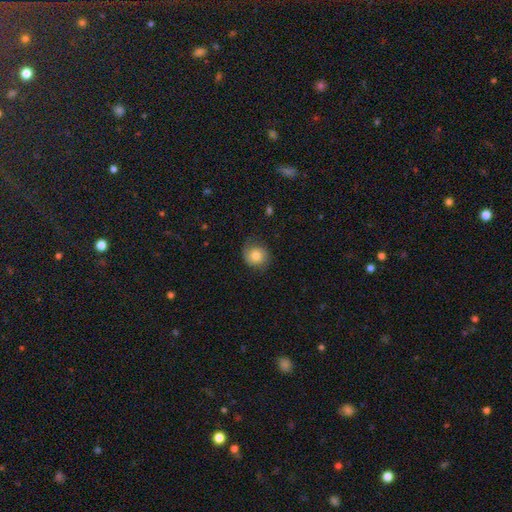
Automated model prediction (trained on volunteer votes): This is likely a smooth galaxy (61%). How rounded: clearly round (82%). Merging: likely none (67%).